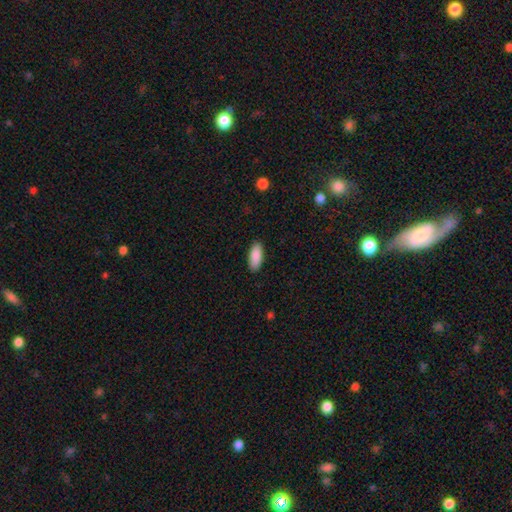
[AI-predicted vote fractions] This is clearly a smooth galaxy (90%). How rounded: clearly in between (81%). Merging: clearly none (89%).